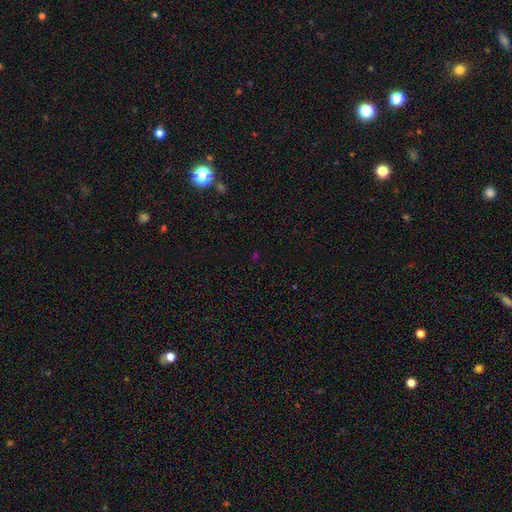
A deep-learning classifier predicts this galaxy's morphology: Q: Smooth or featured?
A: star or artifact (58%); runner-up: smooth (35%)